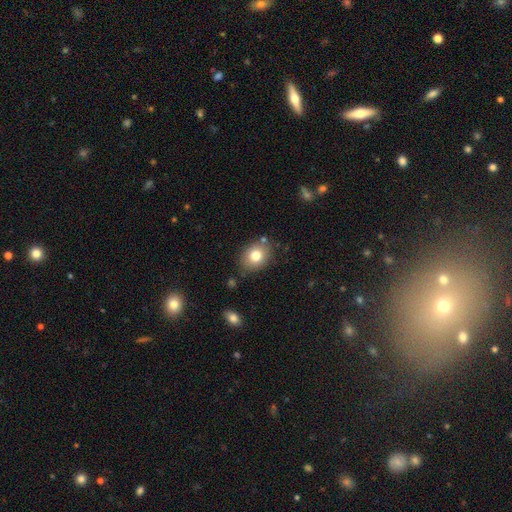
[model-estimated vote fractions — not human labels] This appears to be a smooth galaxy with no disk features (79%) that is in between round and cigar-shaped (57%). Merging: none (80%).